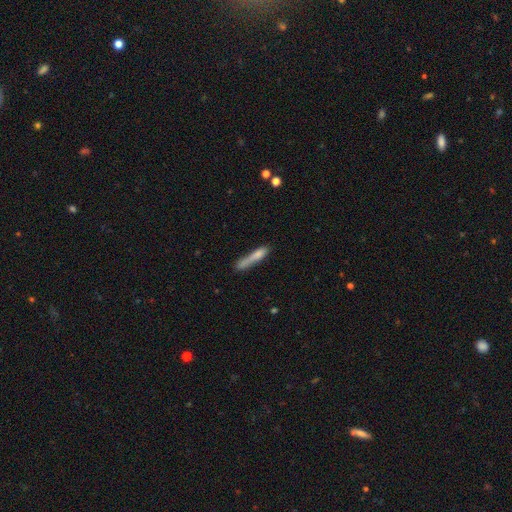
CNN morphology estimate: A smooth galaxy with no disk features (71%) that is cigar-shaped (89%). Merging: none (50%).